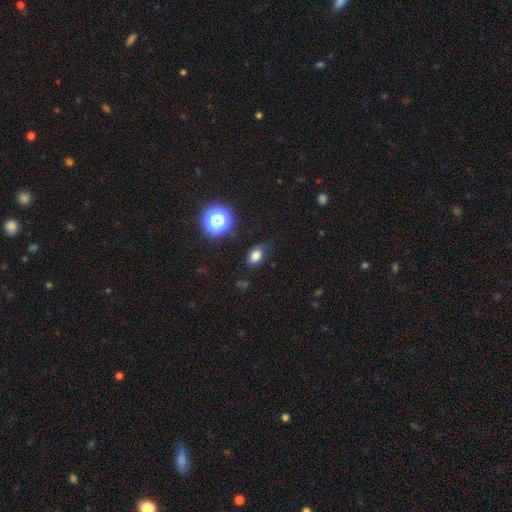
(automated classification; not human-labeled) Q: Smooth or featured?
A: smooth (79%); runner-up: star or artifact (14%)
Q: How rounded?
A: in between (76%); runner-up: round (23%)
Q: Merging?
A: none (73%); runner-up: minor disturbance (20%)